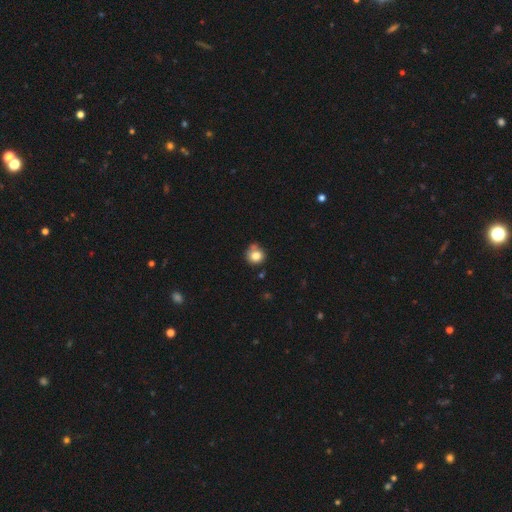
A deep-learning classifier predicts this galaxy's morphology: A smooth galaxy with no disk features (82%) that is round (87%).

Vote fractions:
- Smooth or featured? smooth: 82% / star or artifact: 10% / featured or disk: 8%
- How rounded? round: 87% / in between: 12% / cigar-shaped: 1%
- Merging? none: 61% / minor disturbance: 19% / merger: 14% / major disturbance: 5%